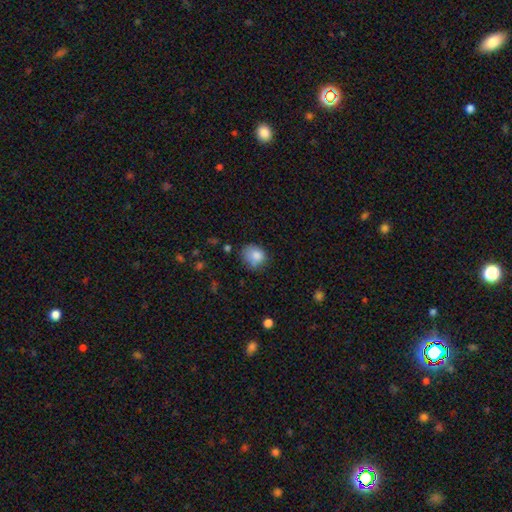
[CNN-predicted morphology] The model was most divided on "how rounded": round: 60%, in between: 39%, cigar-shaped: 1%. More confident: smooth or featured — smooth (81%); merging — none (55%).